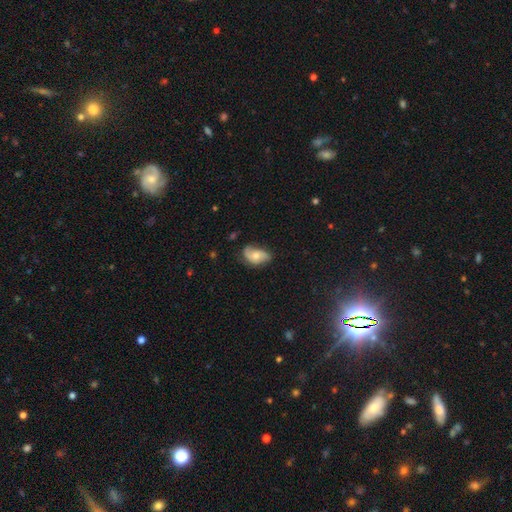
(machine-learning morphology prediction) The model was most divided on "smooth or featured": featured or disk: 52%, smooth: 40%, star or artifact: 8%. More confident: edge-on disk — no (95%); merging — none (56%).